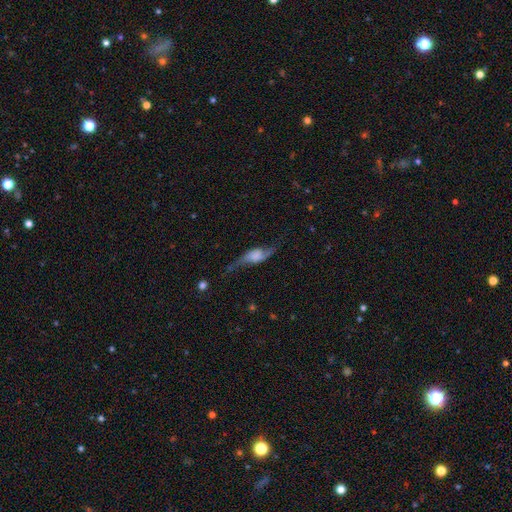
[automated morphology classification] type=featured or disk (72%); edge-on=no (80%); bar=no (60%); spiral arms=yes (90%); winding=loose (87%); arm count=2 (92%); bulge=none (37%); merging=none (54%).